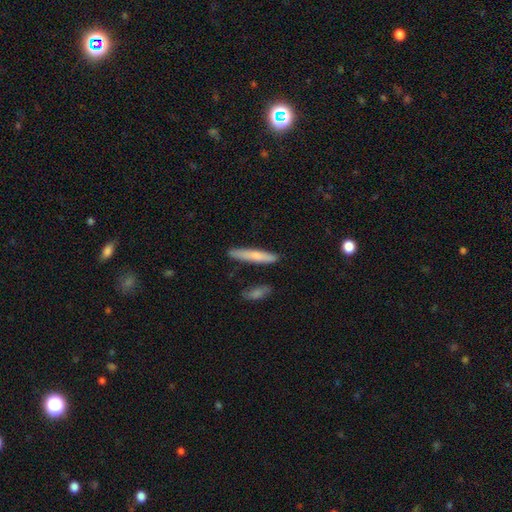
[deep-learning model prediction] Q: Smooth or featured?
A: smooth (68%); runner-up: featured or disk (26%)
Q: How rounded?
A: cigar-shaped (93%); runner-up: in between (5%)
Q: Merging?
A: none (85%); runner-up: minor disturbance (10%)